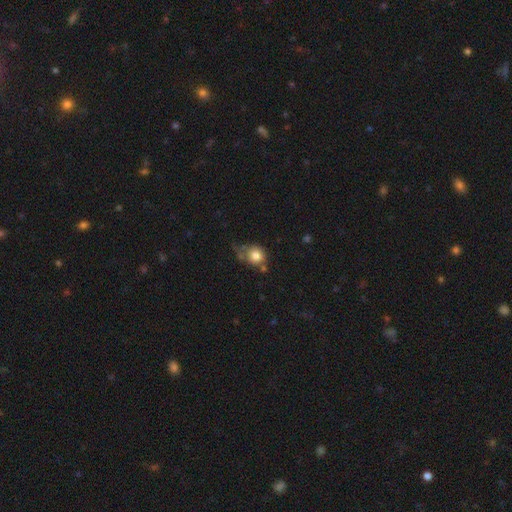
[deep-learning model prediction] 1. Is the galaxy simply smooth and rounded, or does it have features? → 79% smooth, 11% featured or disk, 10% star or artifact.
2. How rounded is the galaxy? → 73% round, 26% in between, 1% cigar-shaped.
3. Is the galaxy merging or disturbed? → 44% none, 28% minor disturbance, 14% merger, 13% major disturbance.